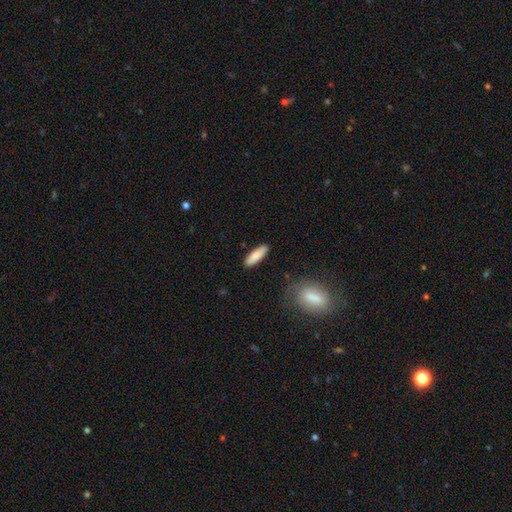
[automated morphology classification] Smooth or featured? Predicted: smooth (p=0.83). How rounded? Predicted: cigar-shaped (p=0.52). Merging? Predicted: none (p=0.87).